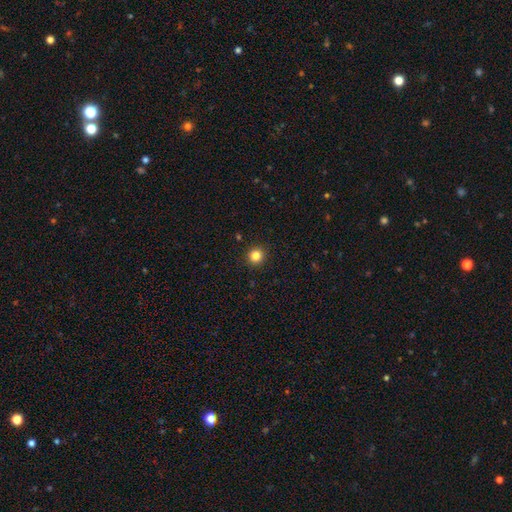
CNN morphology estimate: Smooth or featured: smooth — 83% (star or artifact — 12%)
How rounded: round — 94% (in between — 5%)
Merging: none — 93% (minor disturbance — 4%)